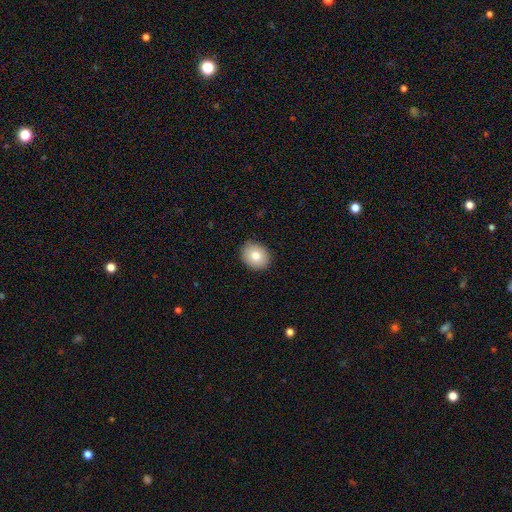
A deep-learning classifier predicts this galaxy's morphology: Smooth or featured: smooth — 80% (featured or disk — 11%)
How rounded: round — 66% (in between — 33%)
Merging: none — 90% (minor disturbance — 8%)